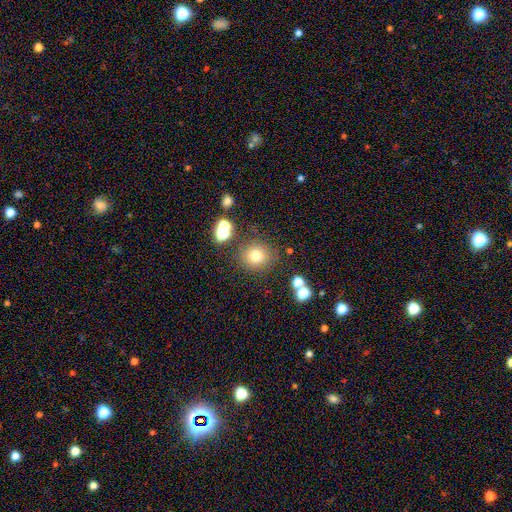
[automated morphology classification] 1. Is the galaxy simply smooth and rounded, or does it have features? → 74% smooth, 17% star or artifact, 9% featured or disk.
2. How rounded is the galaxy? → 85% round, 14% in between, 1% cigar-shaped.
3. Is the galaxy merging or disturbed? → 80% none, 10% minor disturbance, 6% merger, 4% major disturbance.